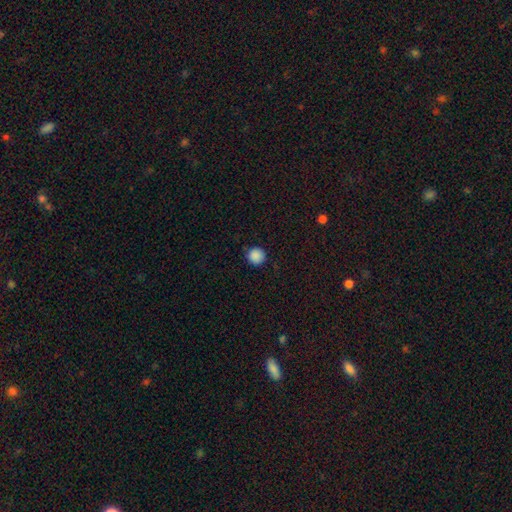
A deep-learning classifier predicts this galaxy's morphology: This is clearly a smooth galaxy (88%). How rounded: clearly round (96%). Merging: clearly none (90%).